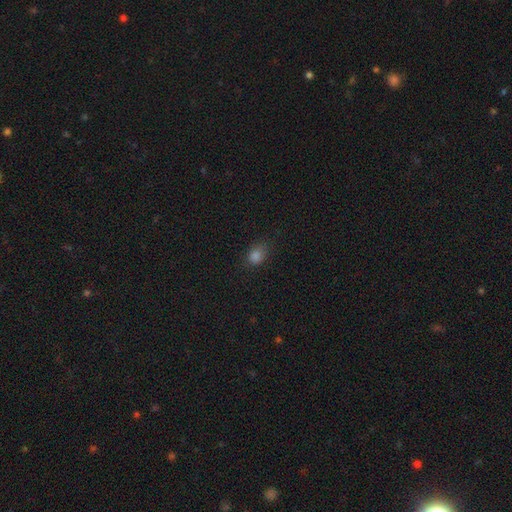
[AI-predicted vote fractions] smooth_or_featured: smooth (p=0.80) [alt: star or artifact p=0.15]
how_rounded: in between (p=0.55) [alt: round p=0.44]
merging: none (p=0.68) [alt: minor disturbance p=0.24]